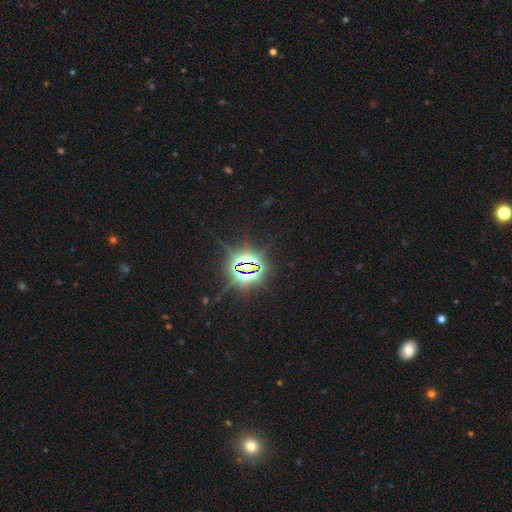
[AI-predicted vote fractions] Q: Smooth or featured?
A: star or artifact (84%); runner-up: smooth (9%)